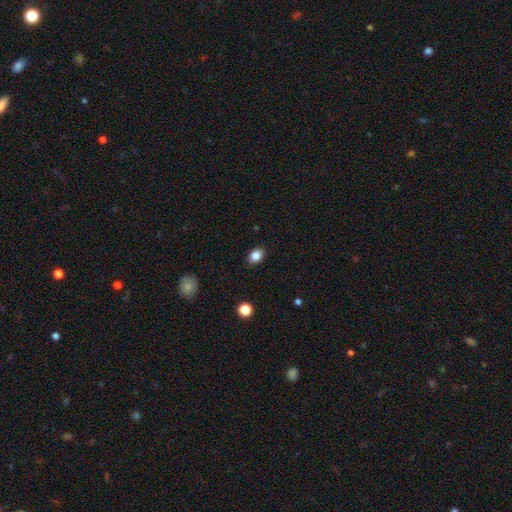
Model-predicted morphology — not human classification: A smooth galaxy with no disk features (85%) that is in between round and cigar-shaped (64%). Merging: none (89%).